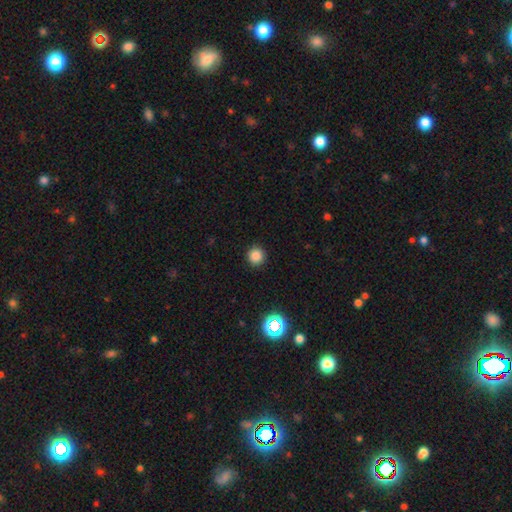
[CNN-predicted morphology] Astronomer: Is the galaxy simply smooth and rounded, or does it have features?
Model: smooth — 84%.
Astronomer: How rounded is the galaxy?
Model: round — 94%.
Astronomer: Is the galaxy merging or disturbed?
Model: none — 91%.